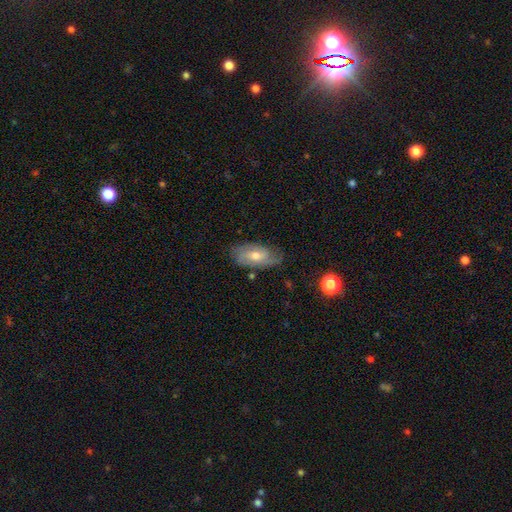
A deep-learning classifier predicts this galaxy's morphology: Smooth or featured: featured or disk — 55% (smooth — 37%)
Edge-on disk: no — 88% (yes — 12%)
Merging: none — 71% (minor disturbance — 22%)